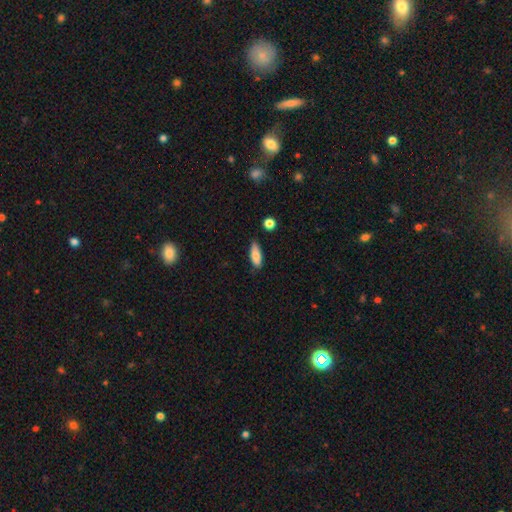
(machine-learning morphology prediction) Smooth or featured? Predicted: smooth (p=0.82). How rounded? Predicted: in between (p=0.69). Merging? Predicted: none (p=0.77).